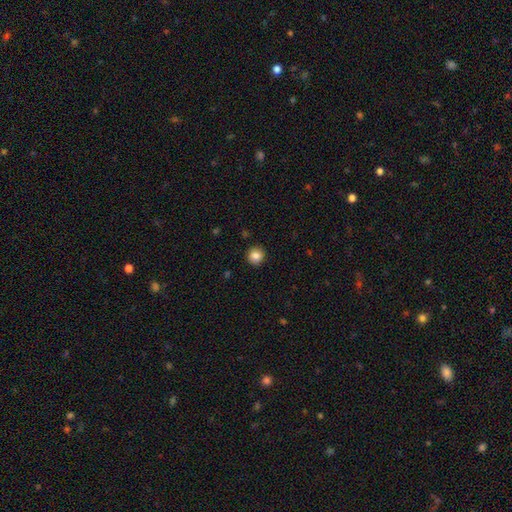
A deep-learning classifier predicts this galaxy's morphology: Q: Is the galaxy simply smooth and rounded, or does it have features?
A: smooth — 85%.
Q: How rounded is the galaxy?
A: round — 93%.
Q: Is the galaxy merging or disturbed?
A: none — 92%.